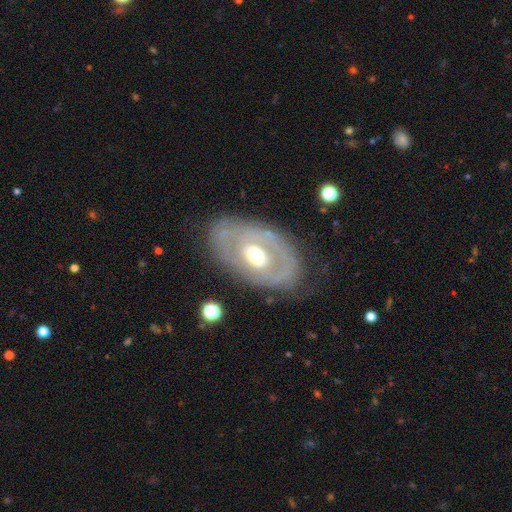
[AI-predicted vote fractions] Smooth or featured? Predicted: featured or disk (p=0.67). Edge-on disk? Predicted: no (p=0.92). Bar? Predicted: no (p=0.73). Spiral arms? Predicted: no (p=0.70). Bulge size? Predicted: moderate (p=0.70). Merging? Predicted: none (p=0.75).